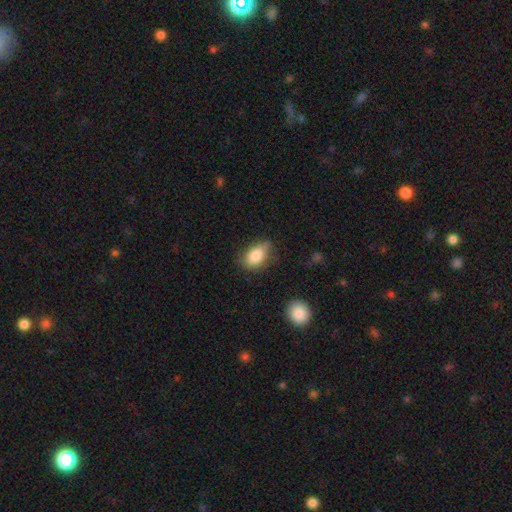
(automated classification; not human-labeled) A smooth galaxy with no disk features (83%) that is in between round and cigar-shaped (89%).

Vote fractions:
- Smooth or featured? smooth: 83% / featured or disk: 10% / star or artifact: 7%
- How rounded? in between: 89% / round: 9% / cigar-shaped: 2%
- Merging? none: 62% / minor disturbance: 28% / major disturbance: 7% / merger: 2%